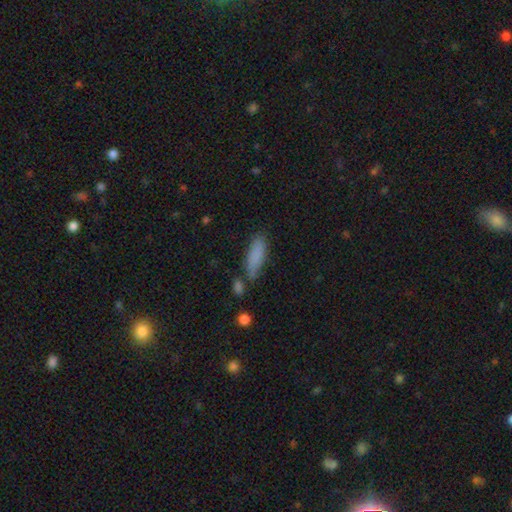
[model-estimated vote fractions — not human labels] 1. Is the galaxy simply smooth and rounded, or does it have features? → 83% smooth, 9% featured or disk, 8% star or artifact.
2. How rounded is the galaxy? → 51% cigar-shaped, 47% in between, 2% round.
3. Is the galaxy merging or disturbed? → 69% none, 18% minor disturbance, 9% merger, 5% major disturbance.